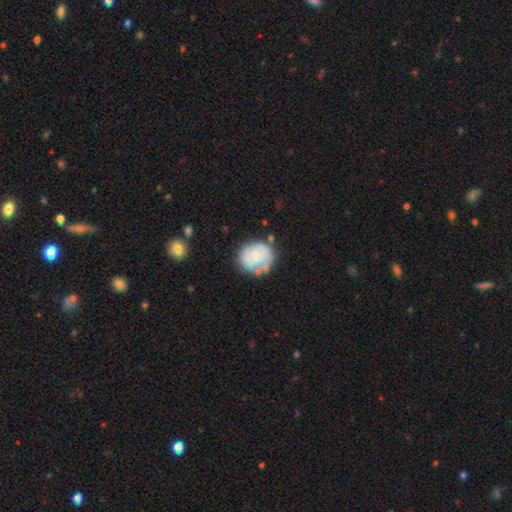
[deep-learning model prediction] smooth-or-featured: smooth: 52% | featured or disk: 40% | star or artifact: 7%
  how-rounded: round: 67% | in between: 33% | cigar-shaped: 1%
  merging: none: 63% | minor disturbance: 21% | merger: 9% | major disturbance: 7%